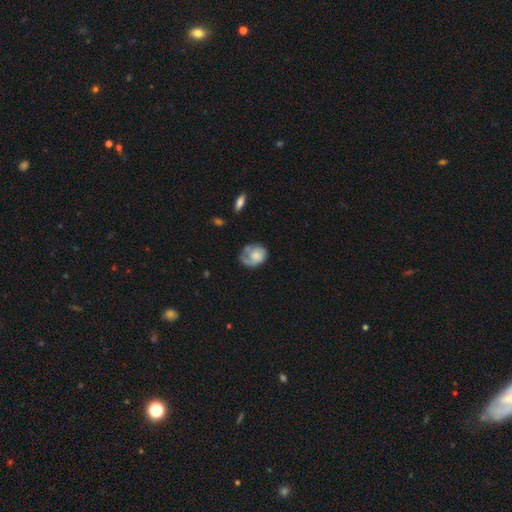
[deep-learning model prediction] This appears to be a smooth galaxy with no disk features (52%) that is round (58%). Merging: none (46%).